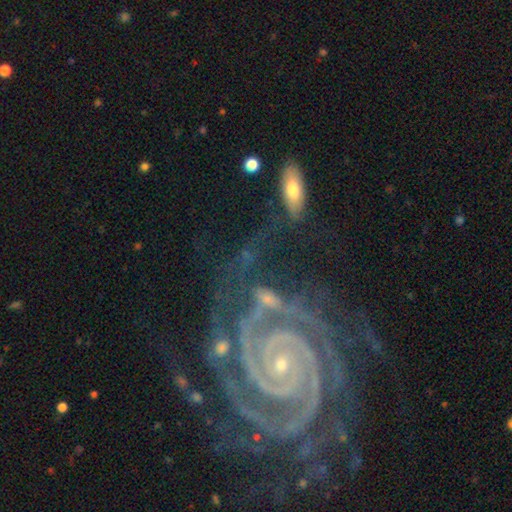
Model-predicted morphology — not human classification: Smooth or featured? featured or disk (89%)
Edge-on disk? no (97%)
Bar? no (65%)
Spiral arms? yes (98%)
Spiral winding? tight (85%)
Spiral arm count? 2 (65%)
Bulge size? small (84%)
Merging? none (58%)